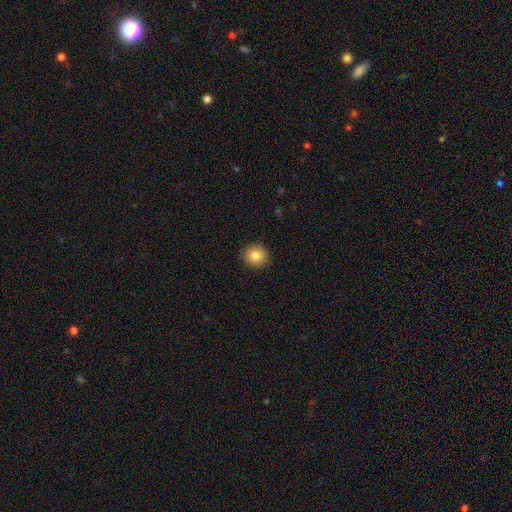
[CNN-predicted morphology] smooth-or-featured: smooth: 83% | star or artifact: 10% | featured or disk: 7%
  how-rounded: round: 89% | in between: 10% | cigar-shaped: 1%
  merging: none: 92% | minor disturbance: 5% | major disturbance: 2% | merger: 1%